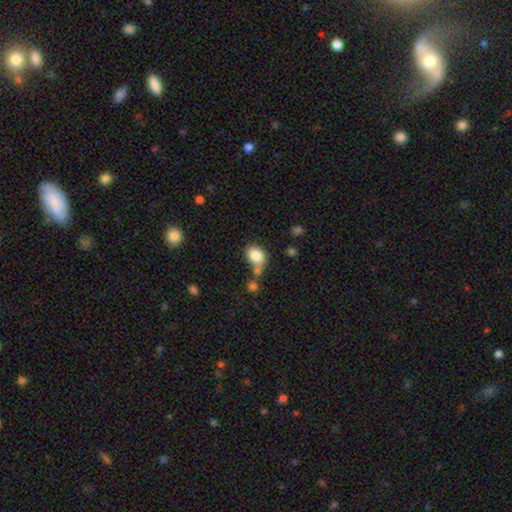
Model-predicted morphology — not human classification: A smooth galaxy with no disk features (83%) that is in between round and cigar-shaped (53%).

Vote fractions:
- Smooth or featured? smooth: 83% / star or artifact: 9% / featured or disk: 8%
- How rounded? in between: 53% / round: 46% / cigar-shaped: 1%
- Merging? none: 48% / merger: 27% / minor disturbance: 18% / major disturbance: 7%